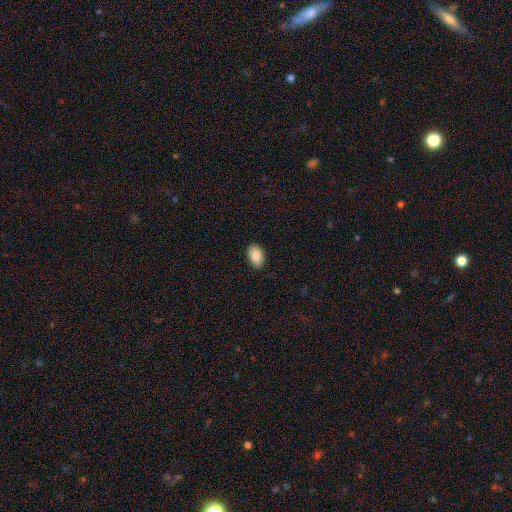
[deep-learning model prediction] smooth 86%, featured or disk 7%, star or artifact 7%. Down the decision tree: how rounded — in between (91%); merging — none (88%).